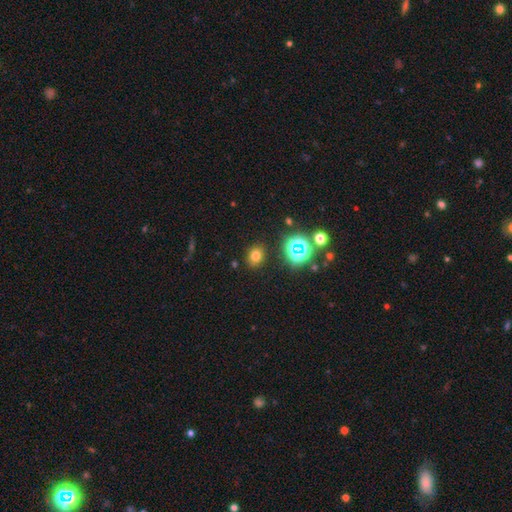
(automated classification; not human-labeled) This is likely a smooth galaxy (70%). How rounded: possibly round (50%). Merging: clearly none (86%).